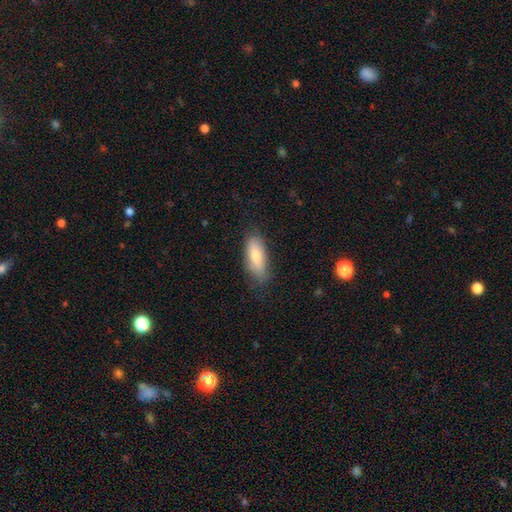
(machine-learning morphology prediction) Overall: smooth (70%). How rounded: in between (66%; cigar-shaped 31%). Merging: none (81%).